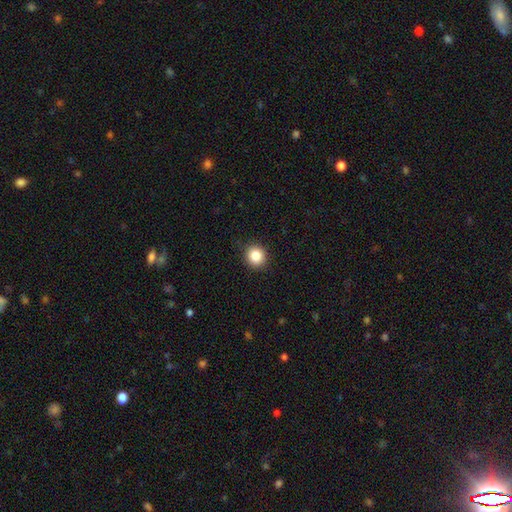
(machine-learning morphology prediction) This is clearly a smooth galaxy (85%). How rounded: clearly round (90%). Merging: clearly none (90%).